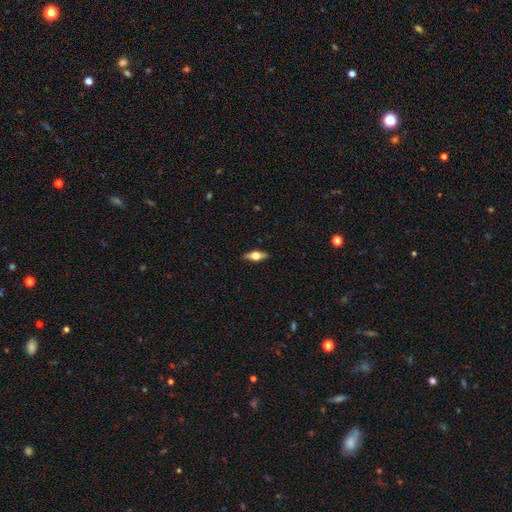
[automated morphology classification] type=featured or disk (52%); edge-on=yes (92%); merging=none (88%).